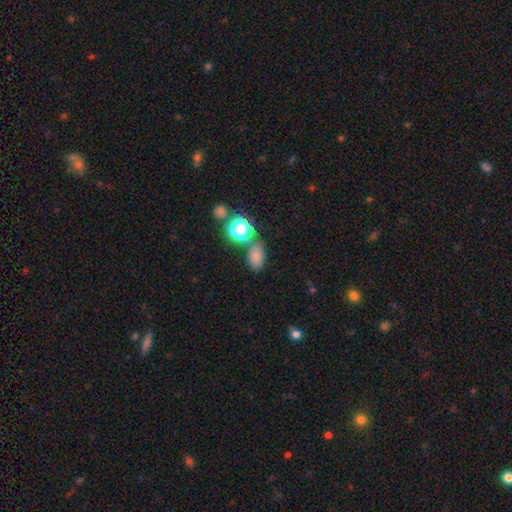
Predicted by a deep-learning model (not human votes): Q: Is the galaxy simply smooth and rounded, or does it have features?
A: smooth — 75%.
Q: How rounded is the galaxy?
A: in between — 77%.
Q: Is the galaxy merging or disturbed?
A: none — 65%.